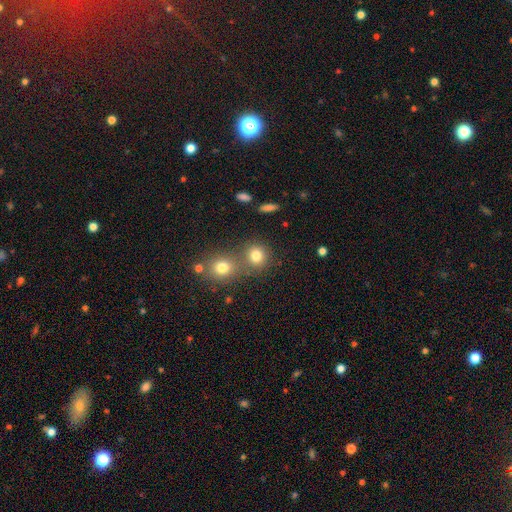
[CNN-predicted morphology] The model was most divided on "merging": none: 58%, merger: 31%, minor disturbance: 7%, major disturbance: 3%. More confident: how rounded — round (85%); smooth or featured — smooth (79%).